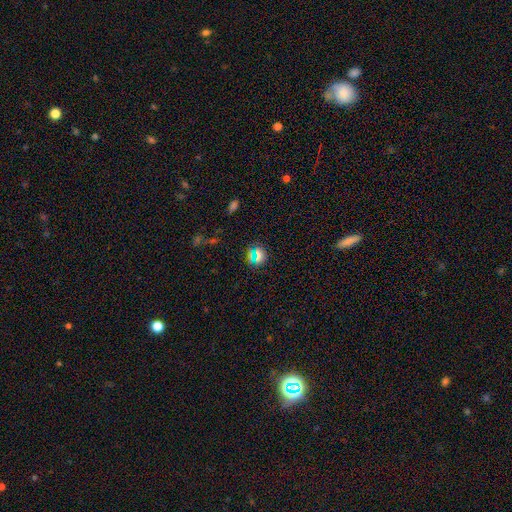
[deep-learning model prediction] A smooth galaxy with no disk features (53%) that is round (76%).

Vote fractions:
- Smooth or featured? smooth: 53% / star or artifact: 38% / featured or disk: 9%
- How rounded? round: 76% / in between: 20% / cigar-shaped: 4%
- Merging? none: 79% / minor disturbance: 11% / major disturbance: 5% / merger: 5%